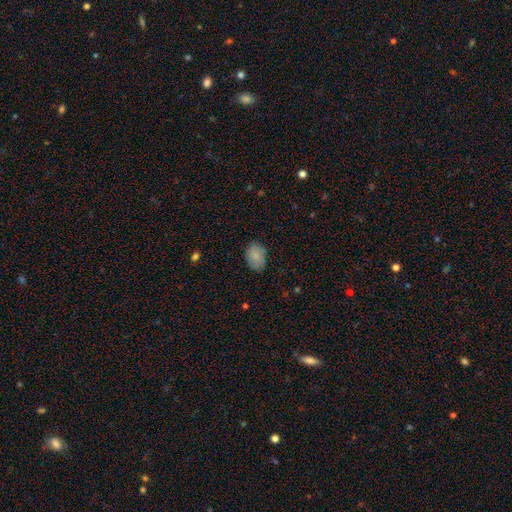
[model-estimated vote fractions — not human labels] Overall: smooth (86%). How rounded: in between (82%). Merging: none (81%).